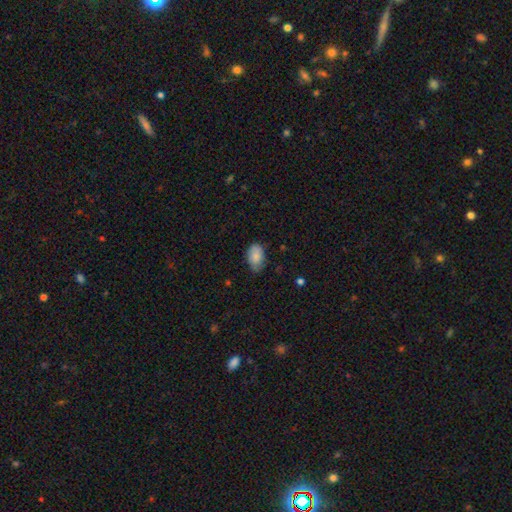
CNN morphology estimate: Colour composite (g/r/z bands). It shows a smooth galaxy with no disk features (82%) that is in between round and cigar-shaped (89%). Merging: none (67%).